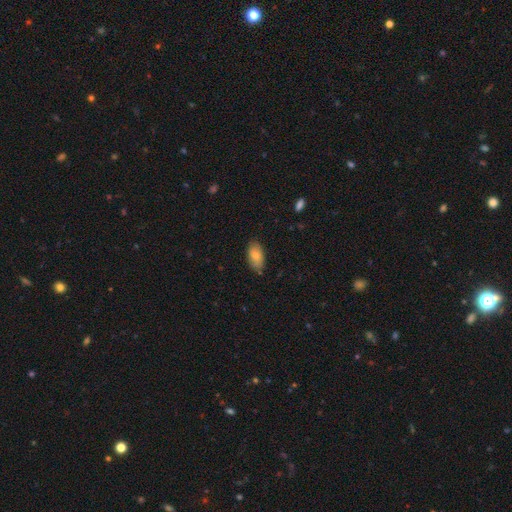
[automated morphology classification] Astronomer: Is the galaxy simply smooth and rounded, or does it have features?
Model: smooth — 81%.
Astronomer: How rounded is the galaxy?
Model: in between — 93%.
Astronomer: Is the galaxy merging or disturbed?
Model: none — 79%.